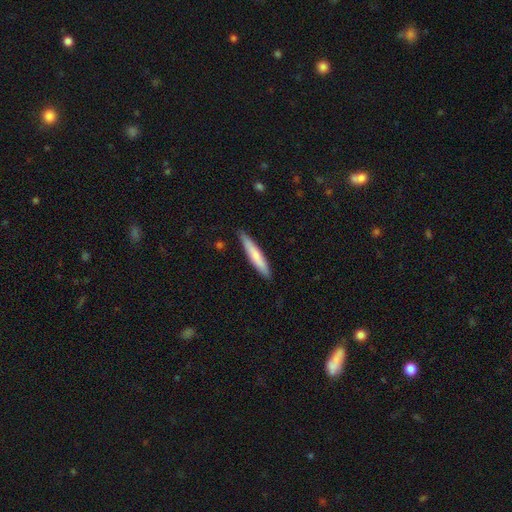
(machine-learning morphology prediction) type=smooth (71%); roundness=cigar-shaped (92%); merging=none (87%).